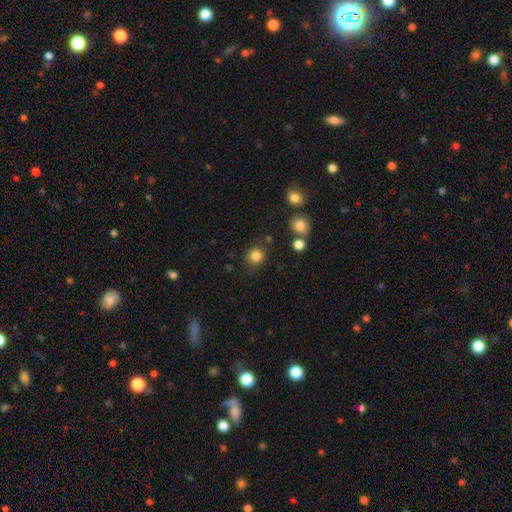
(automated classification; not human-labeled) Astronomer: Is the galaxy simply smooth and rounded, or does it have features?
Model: smooth — 83%.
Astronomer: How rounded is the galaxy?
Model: round — 88%.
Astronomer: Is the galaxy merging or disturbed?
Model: none — 83%.